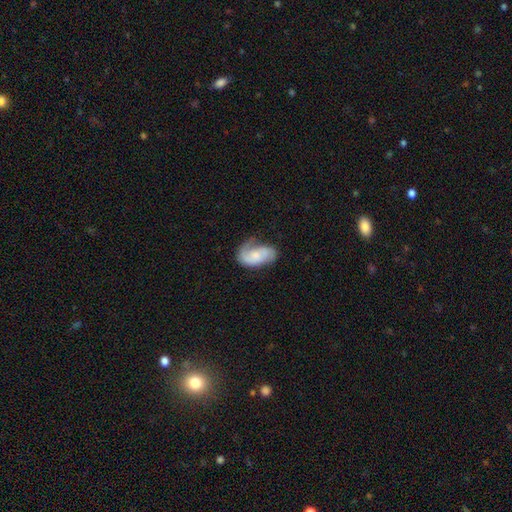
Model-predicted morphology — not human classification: Smooth or featured? featured or disk (62%)
Edge-on disk? no (97%)
Bar? no (65%)
Spiral arms? yes (90%)
Spiral winding? medium (42%)
Spiral arm count? 2 (63%)
Bulge size? small (36%)
Merging? none (53%)